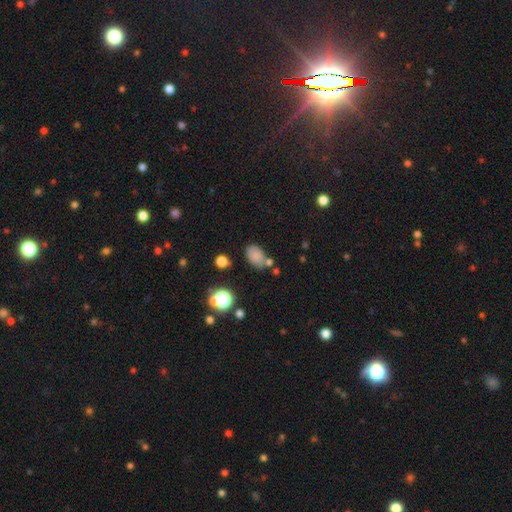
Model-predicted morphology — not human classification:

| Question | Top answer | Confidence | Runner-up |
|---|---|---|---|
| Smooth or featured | smooth | 78% | star or artifact (14%) |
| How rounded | in between | 84% | round (15%) |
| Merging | none | 64% | minor disturbance (18%) |